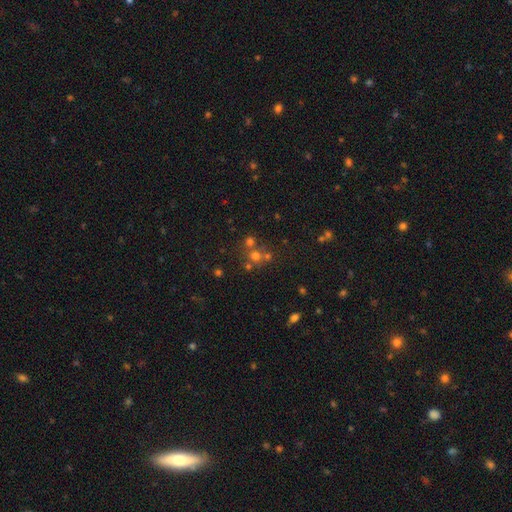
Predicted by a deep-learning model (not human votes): smooth 58%, star or artifact 29%, featured or disk 14%. Down the decision tree: how rounded — round (87%); merging — none (56%).